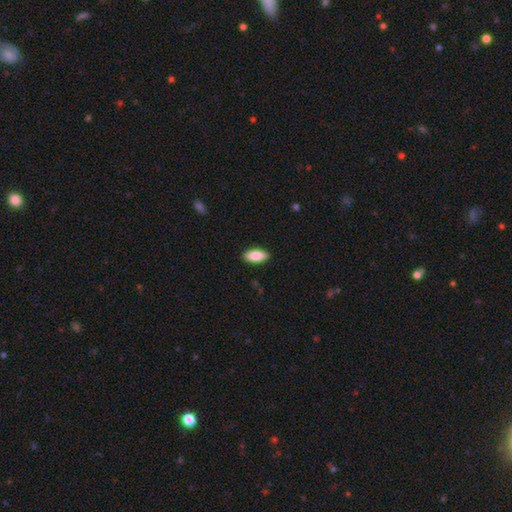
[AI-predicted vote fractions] smooth-or-featured: smooth: 87% | featured or disk: 7% | star or artifact: 6%
  how-rounded: in between: 87% | cigar-shaped: 11% | round: 2%
  merging: none: 89% | minor disturbance: 8% | major disturbance: 2% | merger: 1%